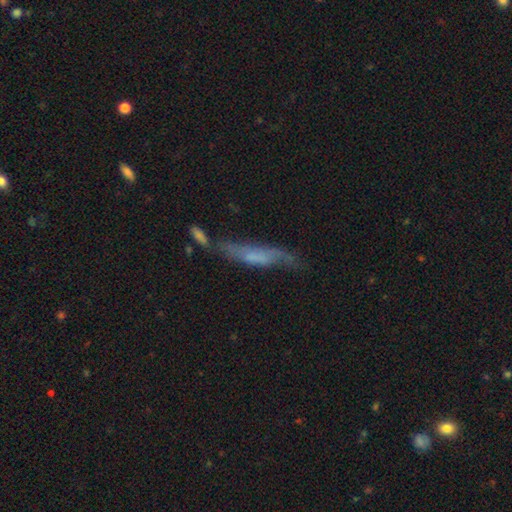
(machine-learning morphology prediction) featured or disk 47%, smooth 44%, star or artifact 9%. Down the decision tree: merging — none (38%).